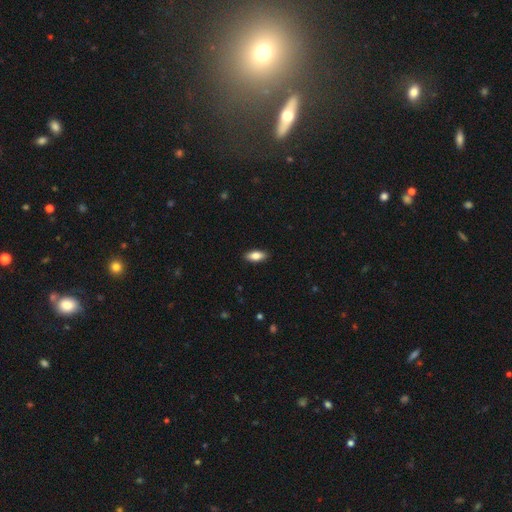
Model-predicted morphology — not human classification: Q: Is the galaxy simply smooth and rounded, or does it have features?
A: smooth — 83%.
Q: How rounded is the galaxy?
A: in between — 86%.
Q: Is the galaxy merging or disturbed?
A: none — 90%.